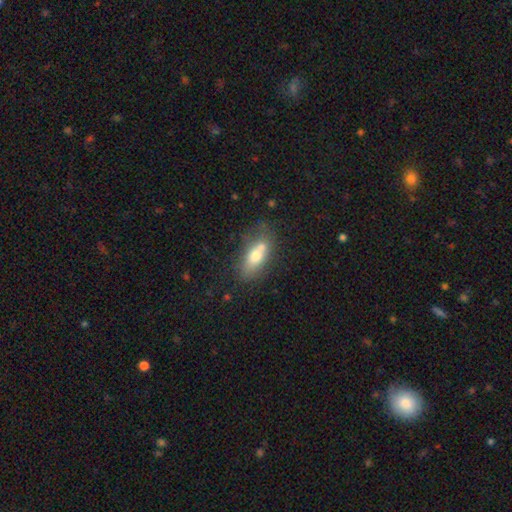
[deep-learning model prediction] Smooth or featured: smooth — 66% (featured or disk — 26%)
How rounded: in between — 79% (cigar-shaped — 13%)
Merging: none — 45% (merger — 29%)